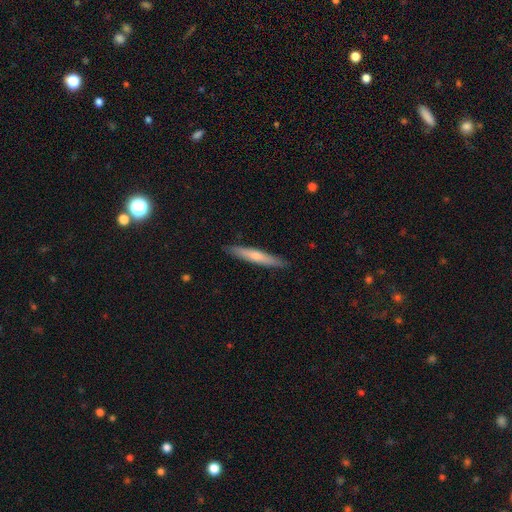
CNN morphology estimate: smooth 55%, featured or disk 40%, star or artifact 5%. Down the decision tree: how rounded — cigar-shaped (94%); merging — none (91%).